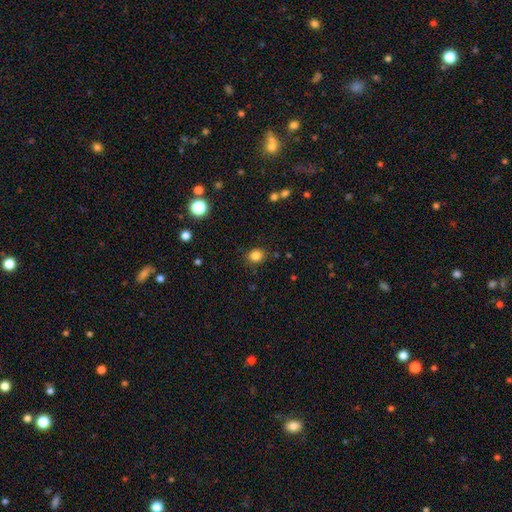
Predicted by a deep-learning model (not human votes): A smooth galaxy with no disk features (83%) that is round (72%). Merging: none (86%).